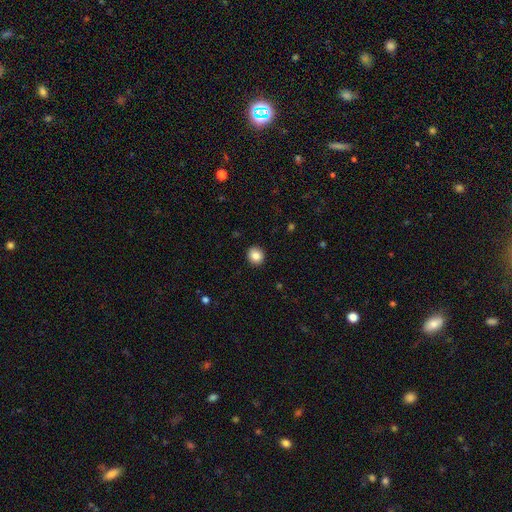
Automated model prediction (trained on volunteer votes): A smooth galaxy with no disk features (86%) that is round (83%).

Vote fractions:
- Smooth or featured? smooth: 86% / star or artifact: 9% / featured or disk: 5%
- How rounded? round: 83% / in between: 16% / cigar-shaped: 1%
- Merging? none: 92% / minor disturbance: 5% / major disturbance: 2% / merger: 1%